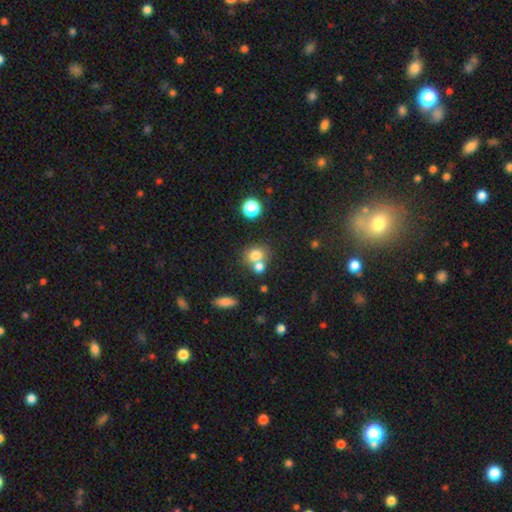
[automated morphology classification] Smooth or featured? smooth (75%)
How rounded? round (63%)
Merging? none (45%)